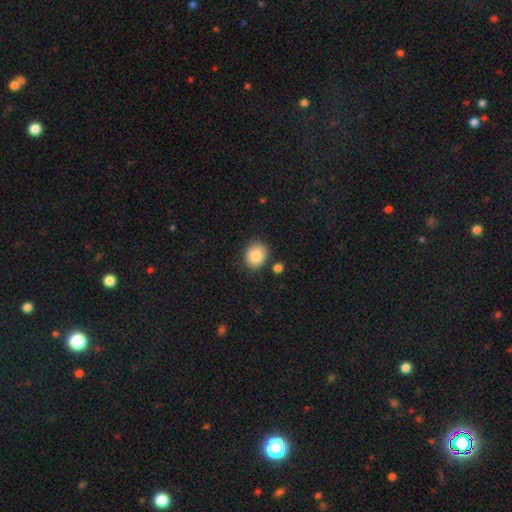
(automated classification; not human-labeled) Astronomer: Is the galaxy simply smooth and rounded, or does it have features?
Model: smooth — 84%.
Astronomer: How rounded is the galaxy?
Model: round — 66%.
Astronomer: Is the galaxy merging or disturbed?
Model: none — 83%.